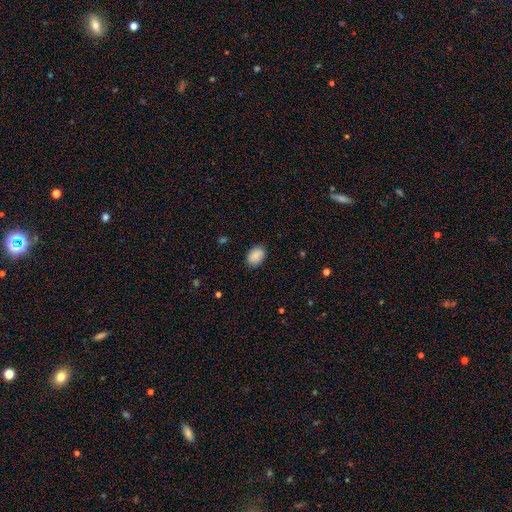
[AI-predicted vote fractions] Overall: smooth (88%). How rounded: in between (82%). Merging: none (87%).